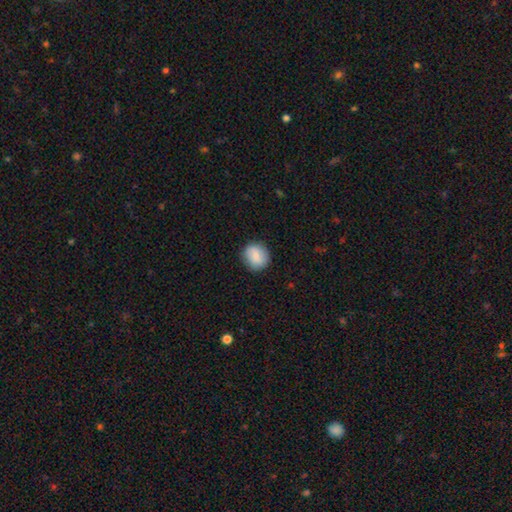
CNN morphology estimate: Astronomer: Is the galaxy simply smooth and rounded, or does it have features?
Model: smooth — 80%.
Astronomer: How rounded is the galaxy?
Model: round — 83%.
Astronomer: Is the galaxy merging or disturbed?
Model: none — 85%.